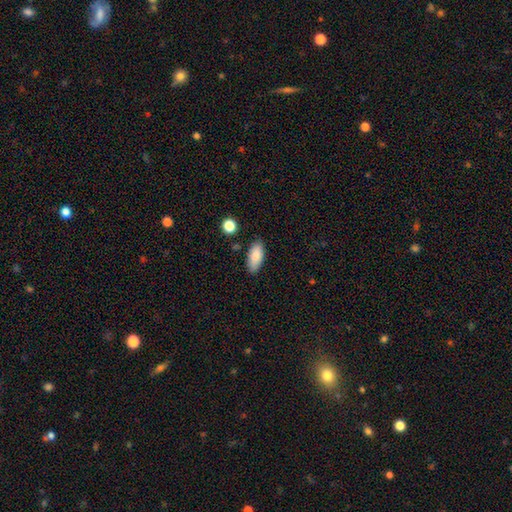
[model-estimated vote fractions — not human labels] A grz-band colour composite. It shows a smooth galaxy with no disk features (84%) that is in between round and cigar-shaped (85%). Merging: none (84%).